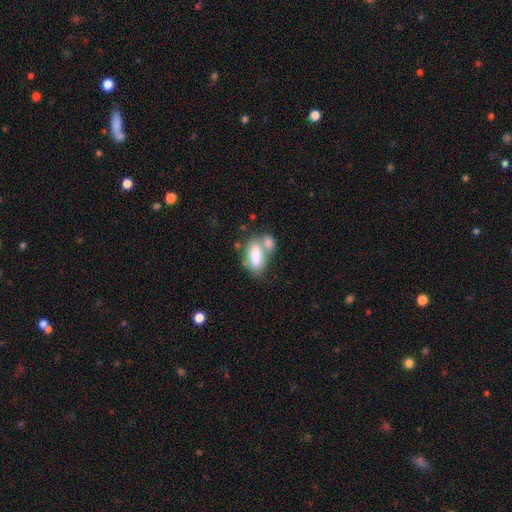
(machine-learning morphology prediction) smooth_or_featured: smooth (p=0.76) [alt: featured or disk p=0.17]
how_rounded: in between (p=0.88) [alt: cigar-shaped p=0.08]
merging: merger (p=0.46) [alt: none p=0.35]